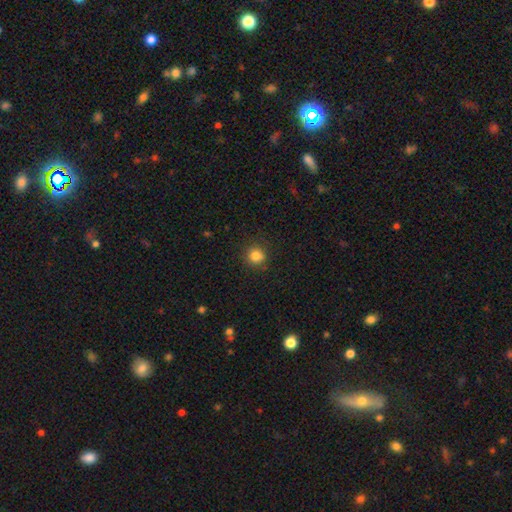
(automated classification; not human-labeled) Smooth or featured? smooth (82%)
How rounded? round (90%)
Merging? none (85%)